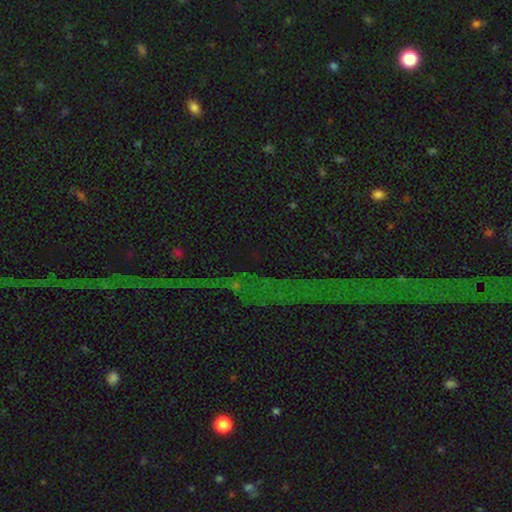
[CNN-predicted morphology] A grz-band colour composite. It shows a star or artifact, not a galaxy (72%).